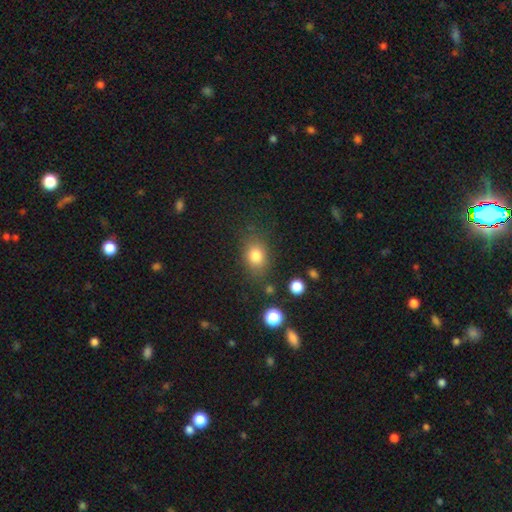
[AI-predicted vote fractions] smooth 80%, star or artifact 12%, featured or disk 8%. Down the decision tree: how rounded — in between (59%); merging — none (77%).